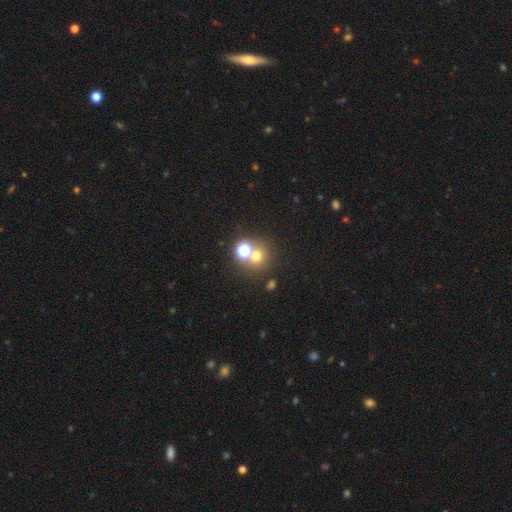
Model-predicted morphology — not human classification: A smooth galaxy with no disk features (62%) that is round (85%).

Vote fractions:
- Smooth or featured? smooth: 62% / star or artifact: 28% / featured or disk: 10%
- How rounded? round: 85% / in between: 14% / cigar-shaped: 1%
- Merging? none: 61% / merger: 28% / minor disturbance: 7% / major disturbance: 4%